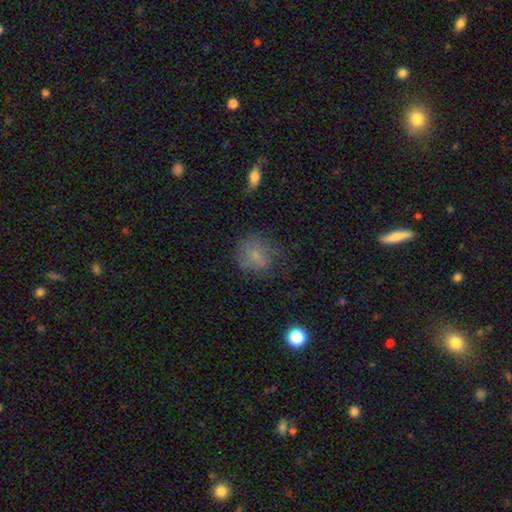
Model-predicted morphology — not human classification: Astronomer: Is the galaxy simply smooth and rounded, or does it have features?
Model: smooth — 61%.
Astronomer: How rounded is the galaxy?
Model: round — 79%.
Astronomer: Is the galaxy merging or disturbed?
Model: none — 56%.